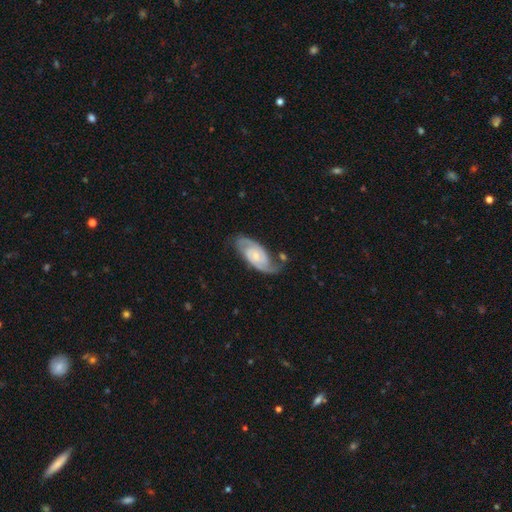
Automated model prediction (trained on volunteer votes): This appears to be a featured or disk galaxy (87%) with no bar (56%), 2 (90%) medium (45%) spiral arms (97%) and a small central bulge (56%). Merging: none (72%).